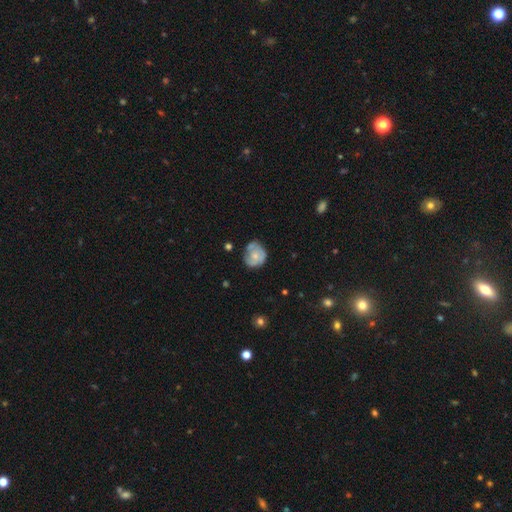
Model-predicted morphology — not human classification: Smooth or featured: smooth — 49% (featured or disk — 43%)
Merging: none — 51% (minor disturbance — 32%)